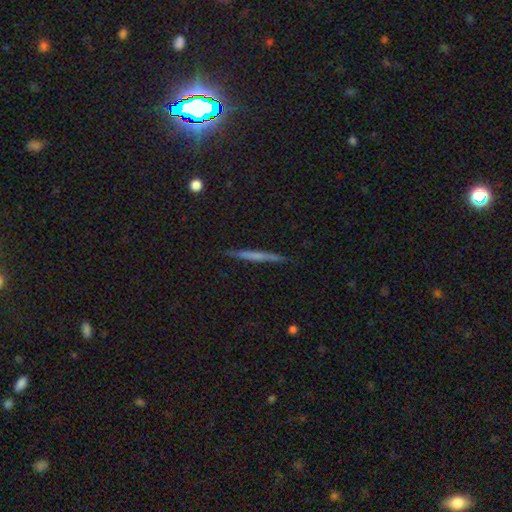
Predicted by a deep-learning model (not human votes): Smooth or featured? Predicted: featured or disk (p=0.47). Merging? Predicted: none (p=0.90).